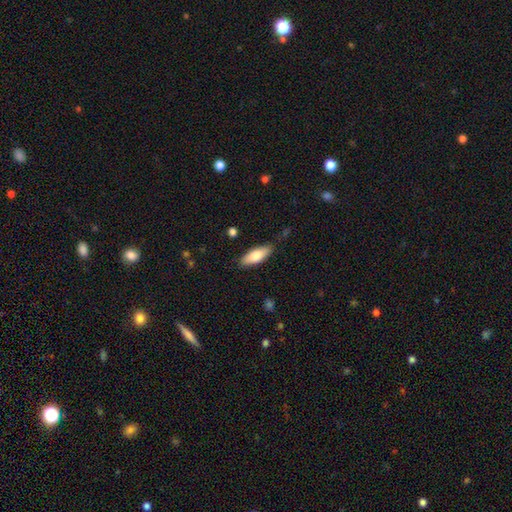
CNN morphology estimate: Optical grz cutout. It shows a smooth galaxy with no disk features (74%) that is in between round and cigar-shaped (67%). Merging: none (83%).